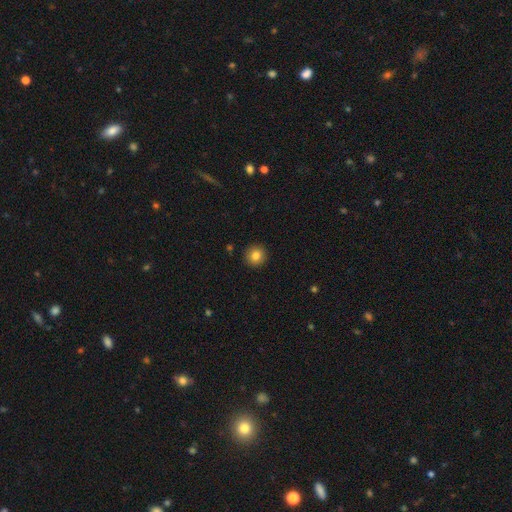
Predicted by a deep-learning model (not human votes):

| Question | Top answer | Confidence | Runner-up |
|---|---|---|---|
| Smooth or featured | smooth | 83% | star or artifact (10%) |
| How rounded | round | 93% | in between (6%) |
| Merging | none | 92% | minor disturbance (5%) |